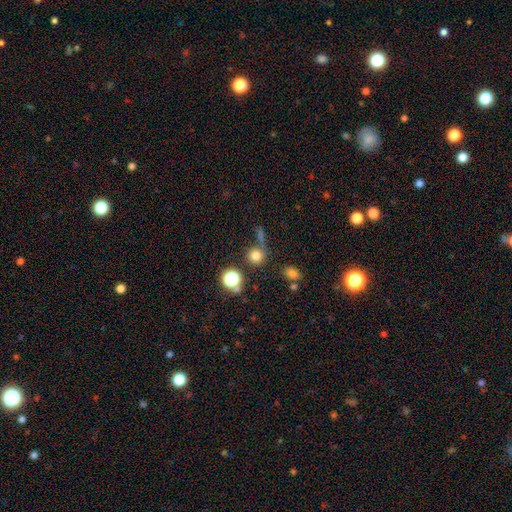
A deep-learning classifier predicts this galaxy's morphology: smooth_or_featured: smooth (p=0.75) [alt: star or artifact p=0.18]
how_rounded: round (p=0.92) [alt: in between p=0.07]
merging: none (p=0.71) [alt: merger p=0.13]